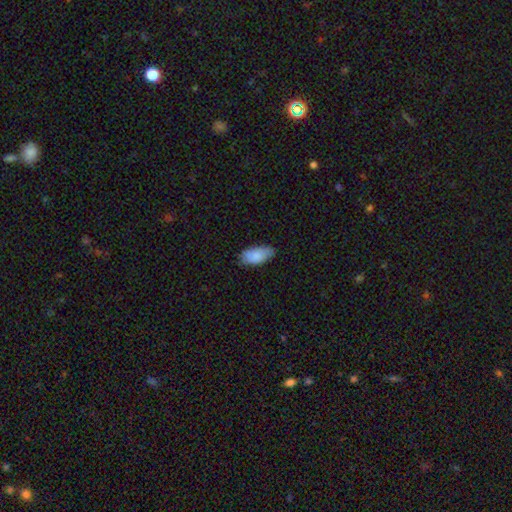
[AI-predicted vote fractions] Smooth or featured? smooth (85%)
How rounded? in between (92%)
Merging? none (75%)